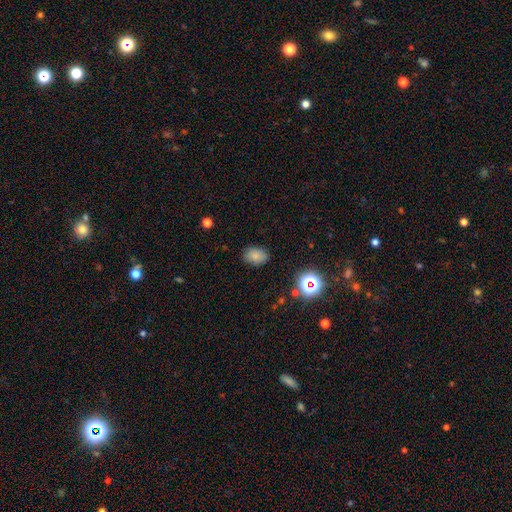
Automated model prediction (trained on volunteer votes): Smooth or featured? Predicted: smooth (p=0.78). How rounded? Predicted: in between (p=0.78). Merging? Predicted: none (p=0.84).